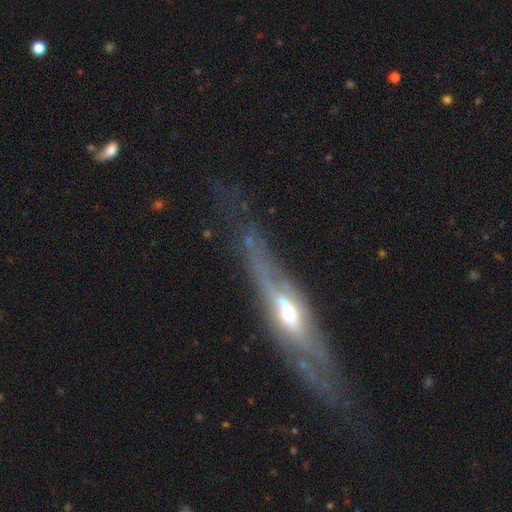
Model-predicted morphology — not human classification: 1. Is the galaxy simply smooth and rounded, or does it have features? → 80% featured or disk, 13% smooth, 7% star or artifact.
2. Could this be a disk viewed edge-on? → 70% yes, 30% no.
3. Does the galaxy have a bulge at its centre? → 77% rounded, 14% none, 9% boxy.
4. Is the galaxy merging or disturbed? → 66% none, 20% minor disturbance, 11% major disturbance, 2% merger.